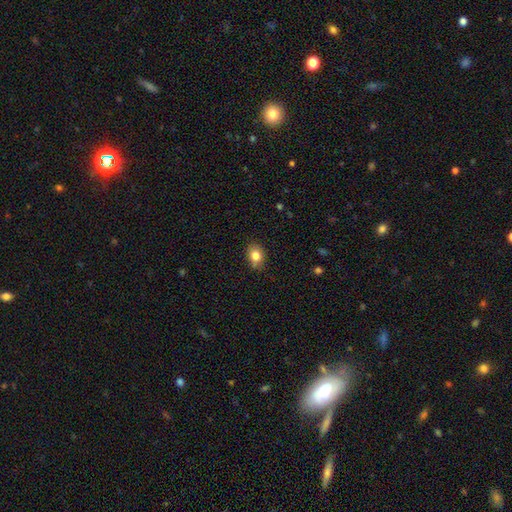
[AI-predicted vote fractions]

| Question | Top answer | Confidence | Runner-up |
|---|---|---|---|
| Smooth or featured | smooth | 82% | star or artifact (10%) |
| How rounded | in between | 55% | round (44%) |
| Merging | none | 81% | minor disturbance (15%) |